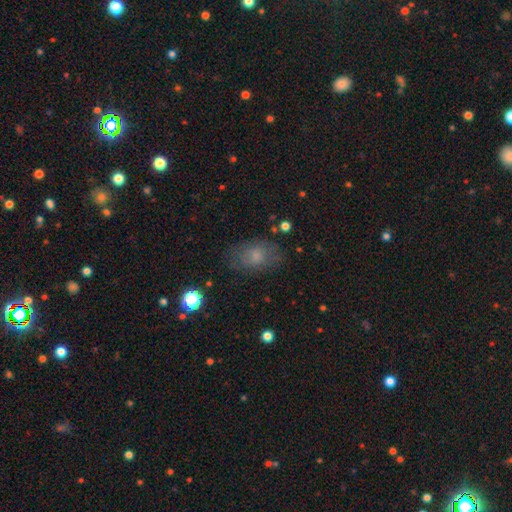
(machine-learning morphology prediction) type=smooth (69%); roundness=in between (84%); merging=none (74%).